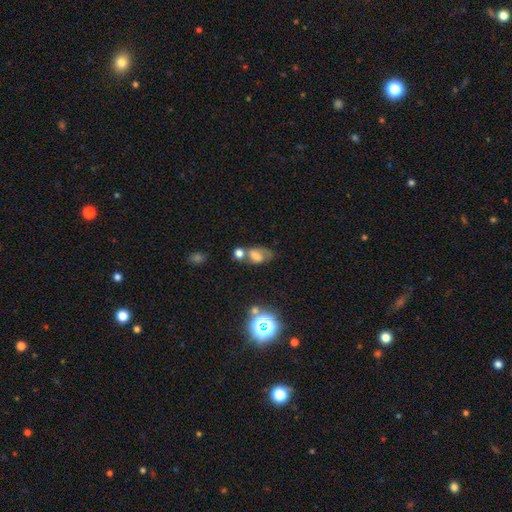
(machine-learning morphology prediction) smooth-or-featured: smooth: 52% | featured or disk: 28% | star or artifact: 19%
  how-rounded: in between: 79% | round: 18% | cigar-shaped: 2%
  merging: none: 35% | merger: 29% | minor disturbance: 21% | major disturbance: 15%